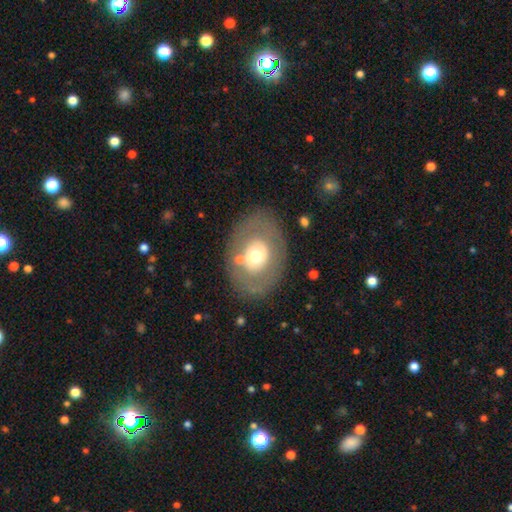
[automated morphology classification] A smooth galaxy with no disk features (47%).

Vote fractions:
- Smooth or featured? smooth: 47% / featured or disk: 46% / star or artifact: 7%
- Merging? none: 78% / minor disturbance: 11% / major disturbance: 7% / merger: 4%